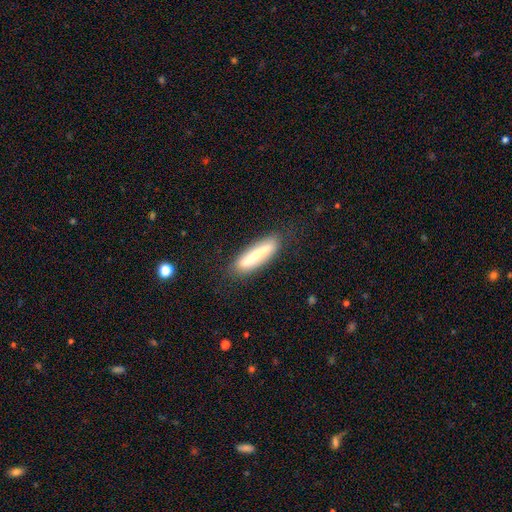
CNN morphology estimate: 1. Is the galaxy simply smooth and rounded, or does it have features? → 56% smooth, 37% featured or disk, 7% star or artifact.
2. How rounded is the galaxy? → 79% cigar-shaped, 19% in between, 2% round.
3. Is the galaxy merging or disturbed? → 78% none, 15% minor disturbance, 4% major disturbance, 3% merger.